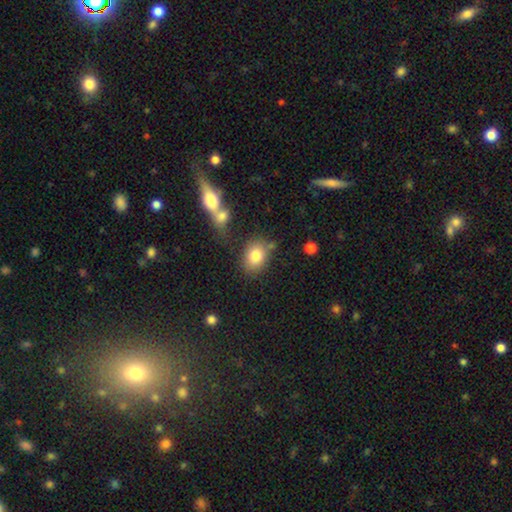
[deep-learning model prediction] Smooth or featured?
  - smooth: 80% *
  - featured or disk: 10%
  - star or artifact: 9%
How rounded?
  - in between: 61% *
  - round: 38%
  - cigar-shaped: 1%
Merging?
  - none: 70% *
  - minor disturbance: 13%
  - merger: 12%
  - major disturbance: 4%